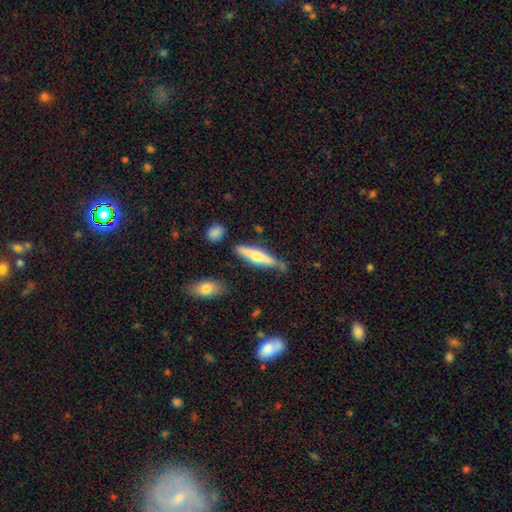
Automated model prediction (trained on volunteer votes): The model was most divided on "smooth or featured": featured or disk: 50%, smooth: 44%, star or artifact: 7%. More confident: merging — none (74%).